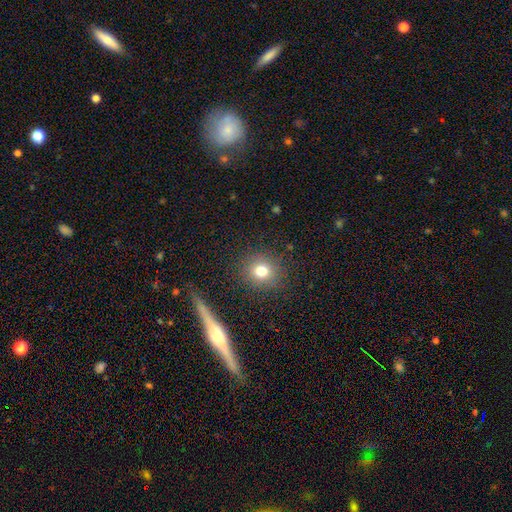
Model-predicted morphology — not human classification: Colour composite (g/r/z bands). It shows a featured or disk galaxy (49%). Merging: none (88%).